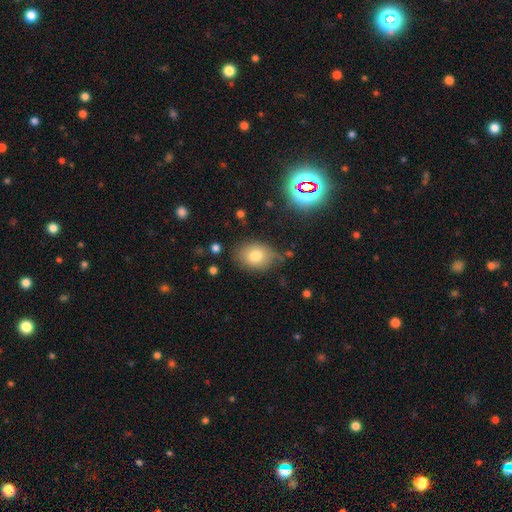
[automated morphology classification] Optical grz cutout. It shows a smooth galaxy with no disk features (77%) that is in between round and cigar-shaped (67%). Merging: none (71%).